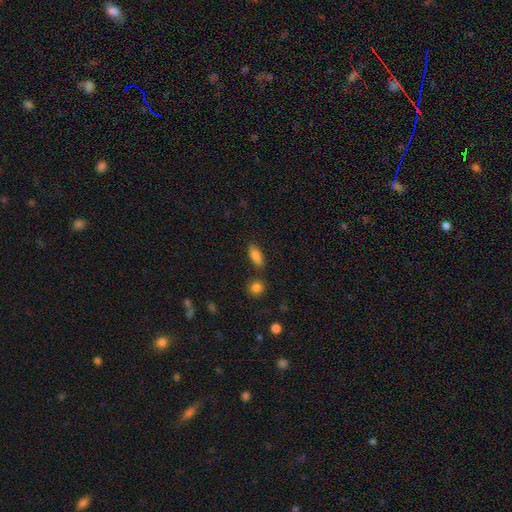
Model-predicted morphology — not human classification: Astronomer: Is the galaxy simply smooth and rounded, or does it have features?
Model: smooth — 86%.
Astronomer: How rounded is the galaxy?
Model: in between — 81%.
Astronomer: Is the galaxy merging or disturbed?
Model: none — 80%.